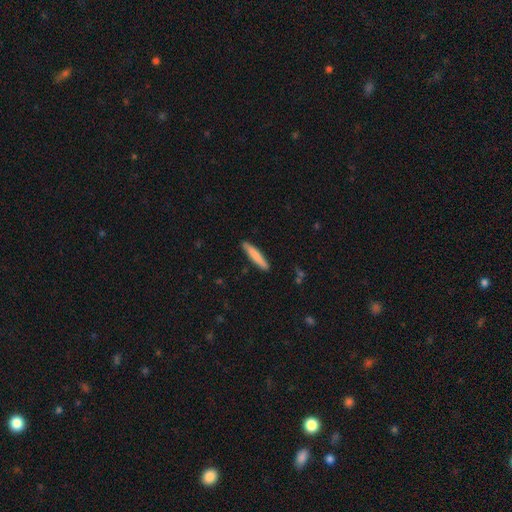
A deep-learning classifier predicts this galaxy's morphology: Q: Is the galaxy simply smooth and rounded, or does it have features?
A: smooth — 78%.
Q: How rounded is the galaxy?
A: cigar-shaped — 93%.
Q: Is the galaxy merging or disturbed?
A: none — 89%.